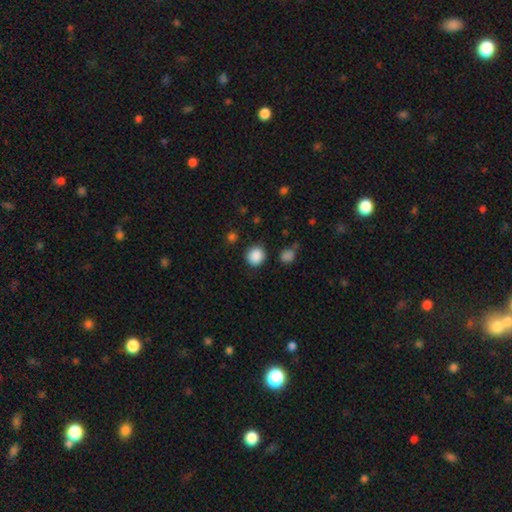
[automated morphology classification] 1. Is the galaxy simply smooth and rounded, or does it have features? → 88% smooth, 9% star or artifact, 3% featured or disk.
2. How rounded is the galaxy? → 88% round, 11% in between, 1% cigar-shaped.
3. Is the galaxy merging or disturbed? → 86% none, 8% minor disturbance, 3% major disturbance, 3% merger.